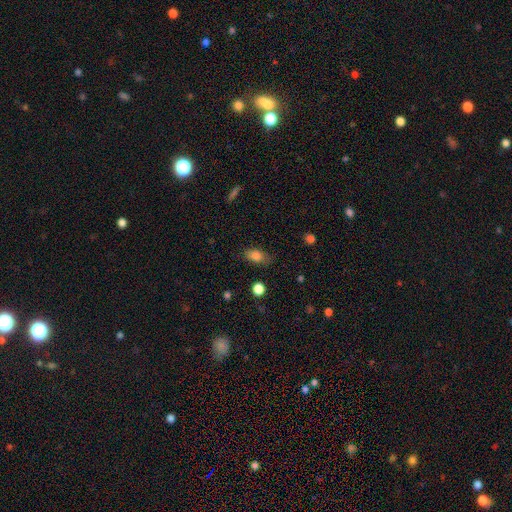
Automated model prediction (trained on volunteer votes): smooth 82%, star or artifact 10%, featured or disk 8%. Down the decision tree: how rounded — in between (85%); merging — none (76%).